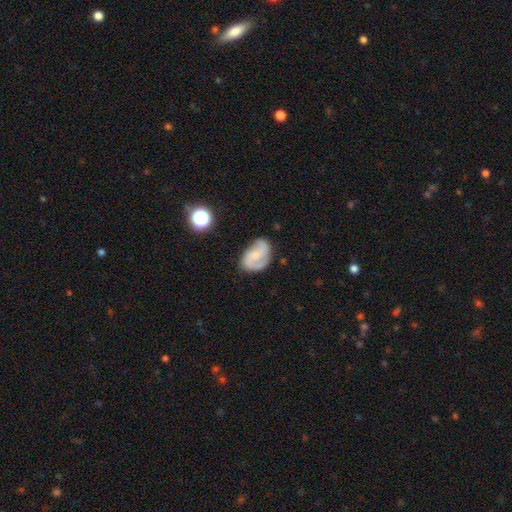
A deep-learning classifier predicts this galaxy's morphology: Q: Smooth or featured?
A: featured or disk (67%); runner-up: smooth (26%)
Q: Edge-on disk?
A: no (97%); runner-up: yes (3%)
Q: Bar?
A: no (53%); runner-up: weak (38%)
Q: Spiral arms?
A: yes (91%); runner-up: no (9%)
Q: Spiral winding?
A: medium (46%); runner-up: loose (31%)
Q: Spiral arm count?
A: 2 (80%); runner-up: can't tell (9%)
Q: Bulge size?
A: small (52%); runner-up: moderate (27%)
Q: Merging?
A: none (66%); runner-up: minor disturbance (23%)